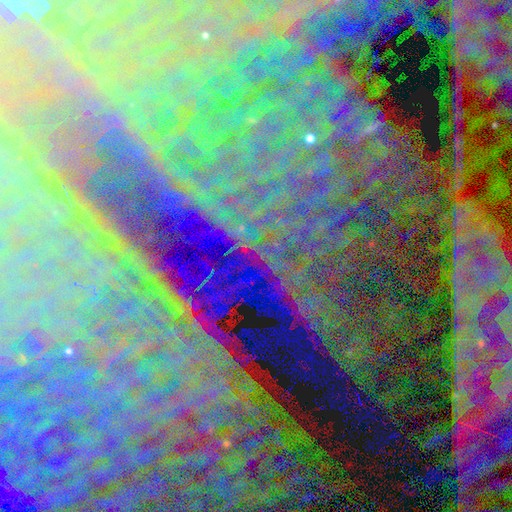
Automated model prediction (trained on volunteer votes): A star or artifact, not a galaxy (82%).

Vote fractions:
- Smooth or featured? star or artifact: 82% / featured or disk: 10% / smooth: 8%